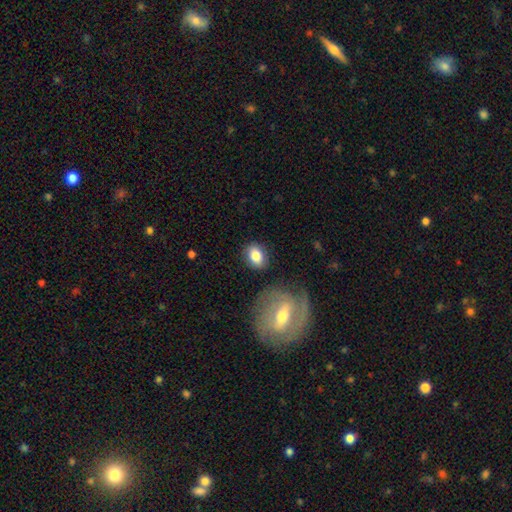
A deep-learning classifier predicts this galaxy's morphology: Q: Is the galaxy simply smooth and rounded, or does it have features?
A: smooth — 79%.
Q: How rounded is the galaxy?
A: in between — 70%.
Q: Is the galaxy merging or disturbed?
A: none — 83%.